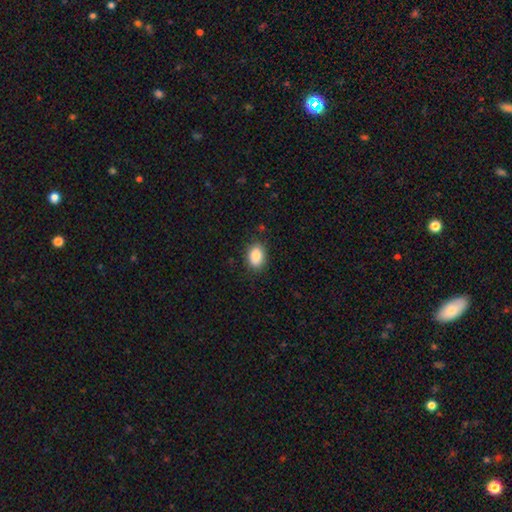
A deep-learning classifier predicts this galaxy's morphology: type=smooth (86%); roundness=in between (73%); merging=none (84%).